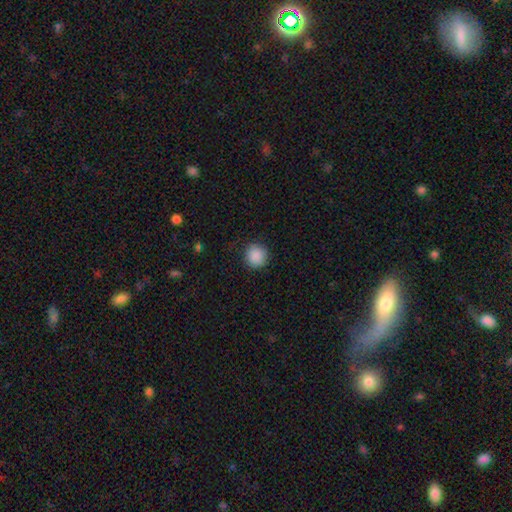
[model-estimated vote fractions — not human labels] Overall: smooth (89%). How rounded: round (92%). Merging: none (86%).